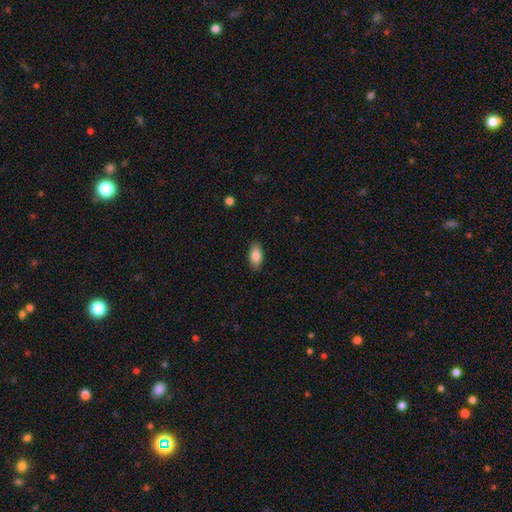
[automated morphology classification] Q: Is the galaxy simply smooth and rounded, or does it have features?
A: smooth — 85%.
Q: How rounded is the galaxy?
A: in between — 90%.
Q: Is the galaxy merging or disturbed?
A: none — 88%.